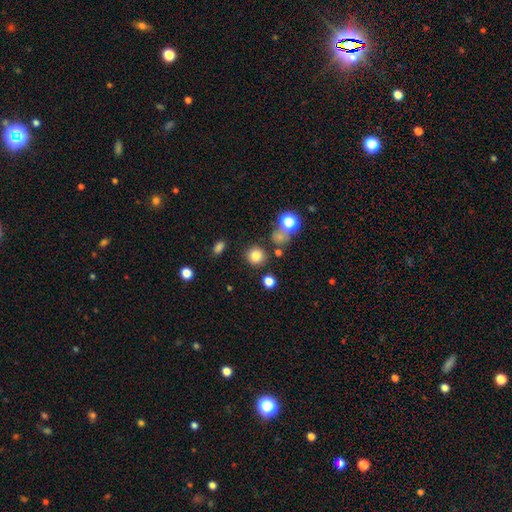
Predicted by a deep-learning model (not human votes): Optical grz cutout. It shows a smooth galaxy with no disk features (80%) that is round (90%). Merging: none (81%).